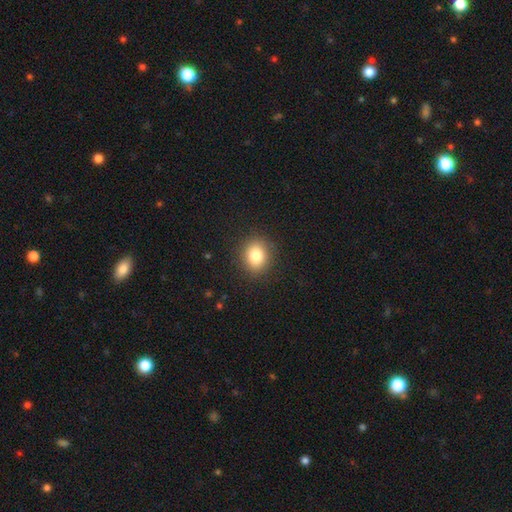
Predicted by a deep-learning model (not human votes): smooth-or-featured: smooth: 83% | star or artifact: 10% | featured or disk: 7%
  how-rounded: round: 61% | in between: 38% | cigar-shaped: 1%
  merging: none: 89% | minor disturbance: 8% | major disturbance: 3% | merger: 1%